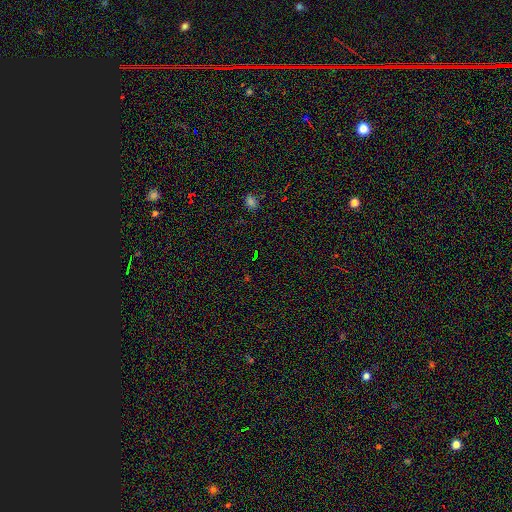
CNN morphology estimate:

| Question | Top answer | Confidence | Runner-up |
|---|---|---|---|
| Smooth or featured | star or artifact | 69% | smooth (22%) |